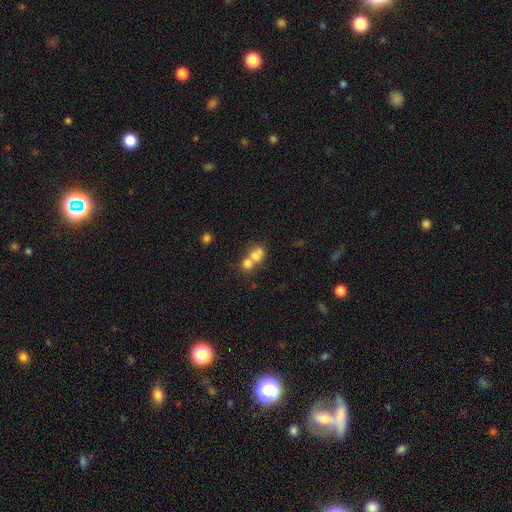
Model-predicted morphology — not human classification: Q: Smooth or featured?
A: smooth (70%); runner-up: featured or disk (18%)
Q: How rounded?
A: round (65%); runner-up: in between (34%)
Q: Merging?
A: merger (67%); runner-up: none (23%)